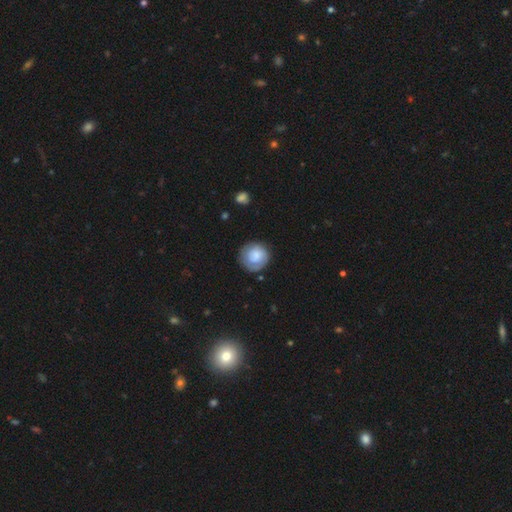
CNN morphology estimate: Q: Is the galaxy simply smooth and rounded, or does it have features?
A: smooth — 63%.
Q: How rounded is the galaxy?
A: round — 91%.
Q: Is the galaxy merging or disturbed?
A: none — 77%.